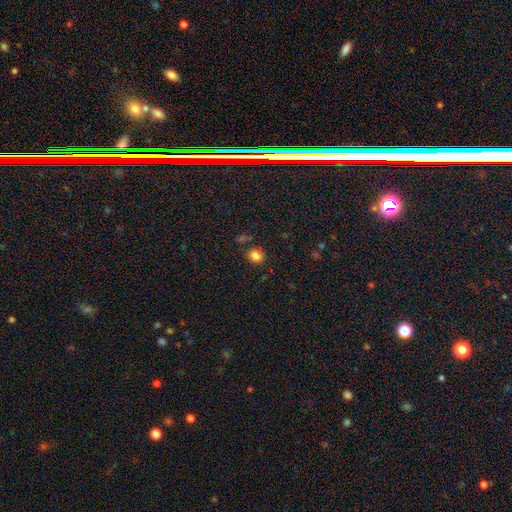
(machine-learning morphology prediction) This is clearly a smooth galaxy (83%). How rounded: likely round (72%). Merging: clearly none (81%).